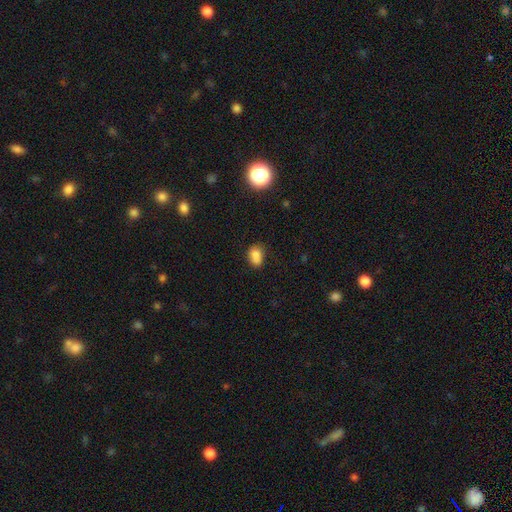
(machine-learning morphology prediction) Smooth or featured? Predicted: smooth (p=0.79). How rounded? Predicted: in between (p=0.72). Merging? Predicted: none (p=0.50).